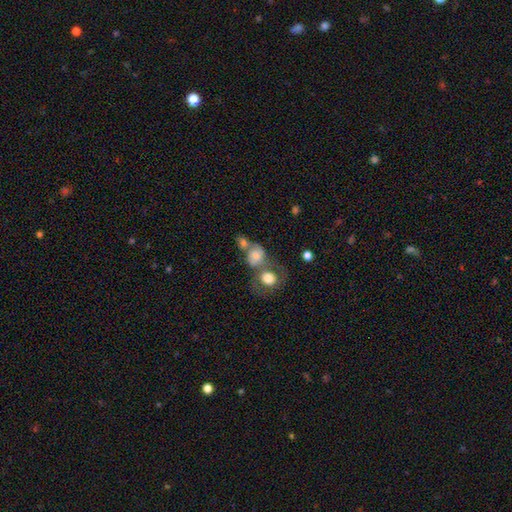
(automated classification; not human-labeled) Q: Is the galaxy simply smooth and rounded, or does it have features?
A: smooth — 66%.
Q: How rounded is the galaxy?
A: round — 64%.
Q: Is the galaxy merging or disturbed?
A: merger — 52%.